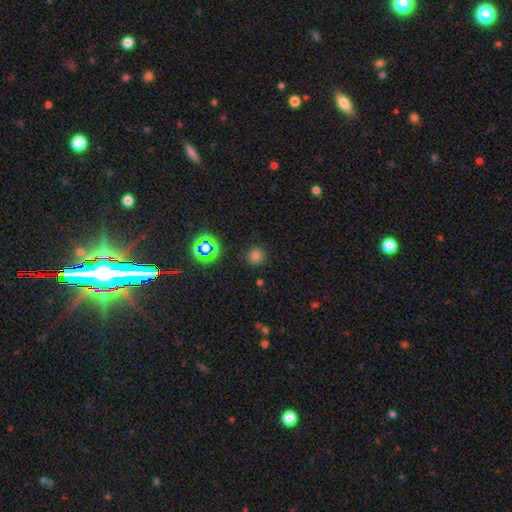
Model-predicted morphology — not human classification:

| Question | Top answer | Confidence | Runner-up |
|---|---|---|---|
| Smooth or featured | smooth | 72% | star or artifact (23%) |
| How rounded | round | 93% | in between (6%) |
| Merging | none | 88% | minor disturbance (7%) |